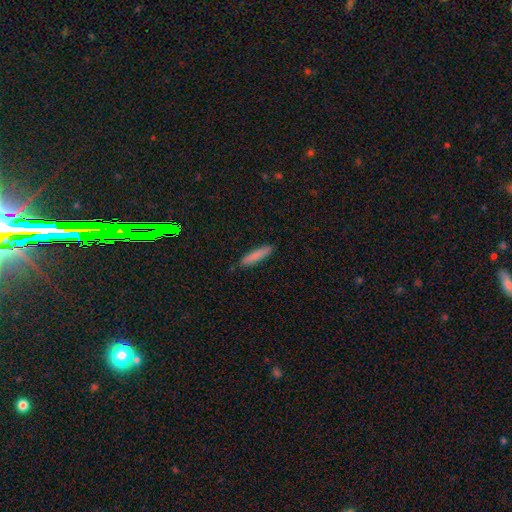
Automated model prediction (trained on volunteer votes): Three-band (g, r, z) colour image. It shows a smooth galaxy with no disk features (83%) that is cigar-shaped (88%). Merging: none (87%).